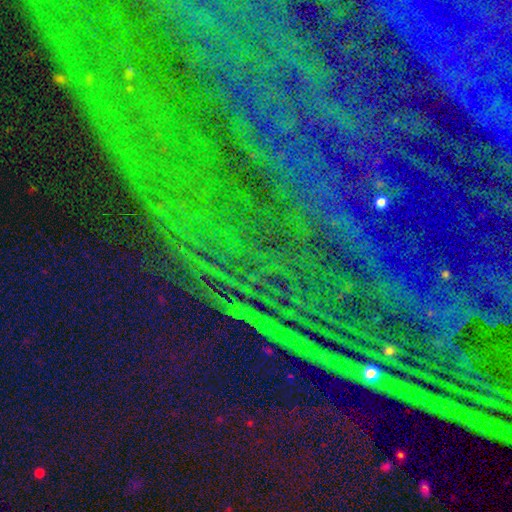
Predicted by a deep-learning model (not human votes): Morphology: type=star or artifact (87%).